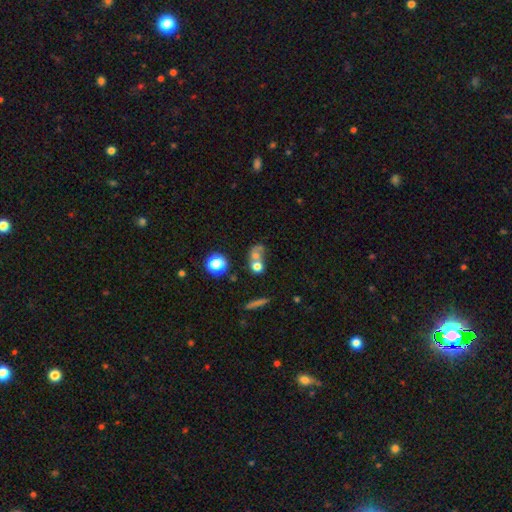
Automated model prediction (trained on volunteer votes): Morphology: type=smooth (59%); roundness=round (61%); merging=merger (55%).